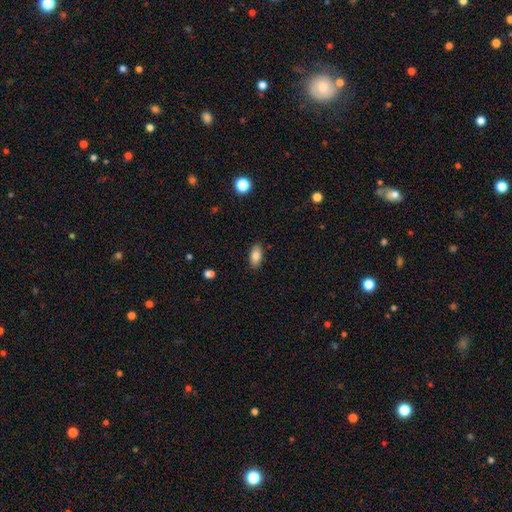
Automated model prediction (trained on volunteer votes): The model was most divided on "smooth or featured": smooth: 84%, star or artifact: 8%, featured or disk: 8%. More confident: how rounded — in between (91%); merging — none (88%).